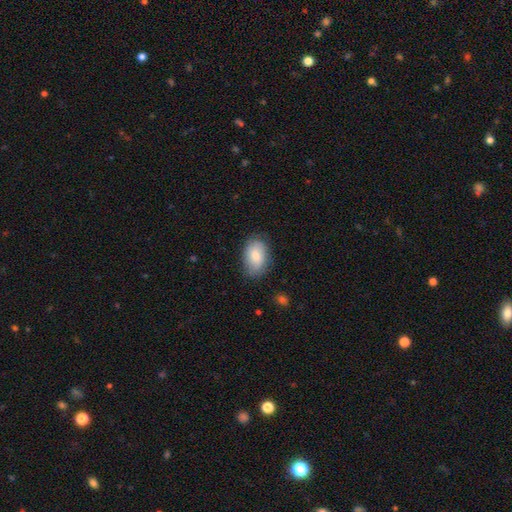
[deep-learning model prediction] Smooth or featured: smooth — 80% (featured or disk — 14%)
How rounded: in between — 89% (round — 10%)
Merging: none — 77% (minor disturbance — 17%)